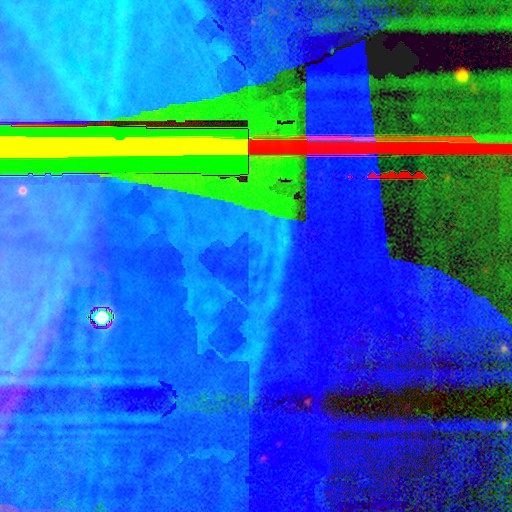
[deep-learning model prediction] This appears to be a star or artifact, not a galaxy (89%).